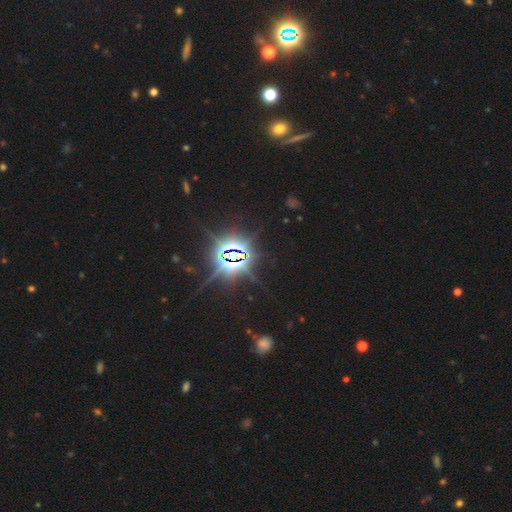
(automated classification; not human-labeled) star or artifact 83%, smooth 10%, featured or disk 7%.